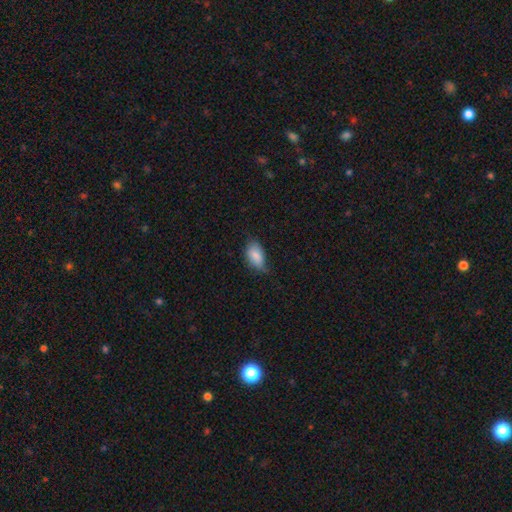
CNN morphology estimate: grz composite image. It shows a smooth galaxy with no disk features (82%) that is in between round and cigar-shaped (92%). Merging: none (49%).